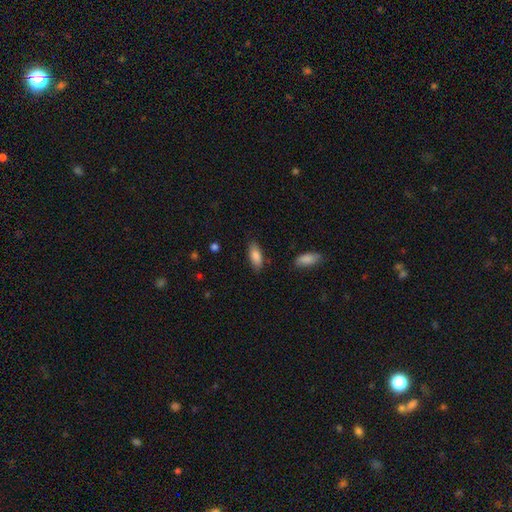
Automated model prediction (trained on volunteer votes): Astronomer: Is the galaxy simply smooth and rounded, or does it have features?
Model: smooth — 85%.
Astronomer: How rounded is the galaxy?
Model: in between — 81%.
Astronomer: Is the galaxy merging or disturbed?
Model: none — 81%.